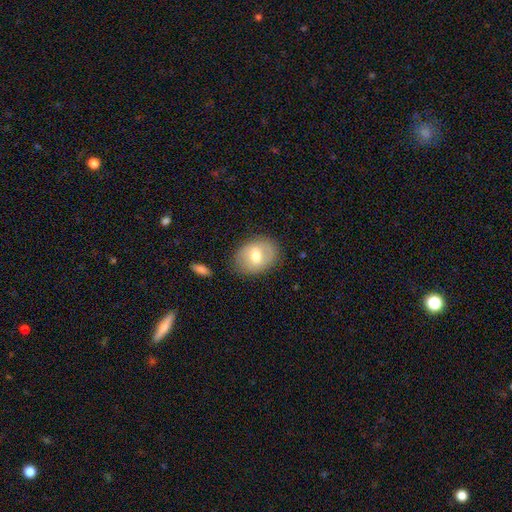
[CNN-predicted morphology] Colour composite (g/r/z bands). It shows a smooth galaxy with no disk features (59%) that is in between round and cigar-shaped (68%). Merging: none (81%).